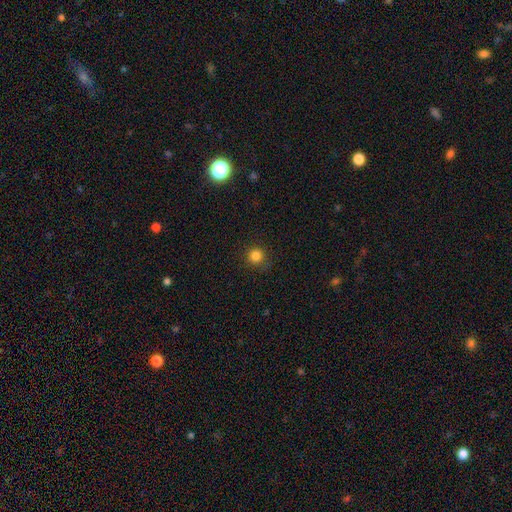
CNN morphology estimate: smooth_or_featured: smooth (p=0.83) [alt: star or artifact p=0.13]
how_rounded: round (p=0.93) [alt: in between p=0.06]
merging: none (p=0.86) [alt: minor disturbance p=0.10]